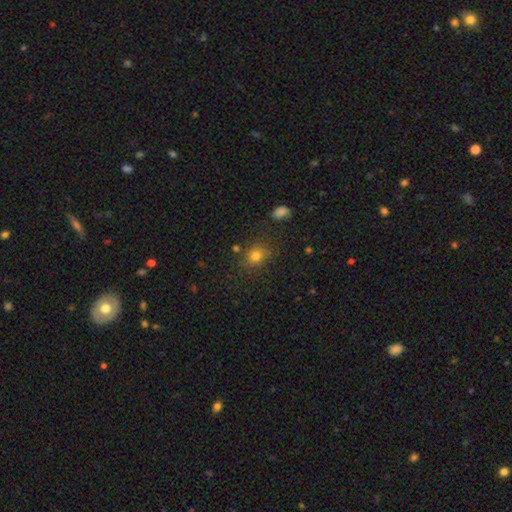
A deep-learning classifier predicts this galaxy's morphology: A smooth galaxy with no disk features (78%) that is round (71%).

Vote fractions:
- Smooth or featured? smooth: 78% / star or artifact: 15% / featured or disk: 7%
- How rounded? round: 71% / in between: 28% / cigar-shaped: 1%
- Merging? none: 78% / minor disturbance: 13% / major disturbance: 5% / merger: 4%